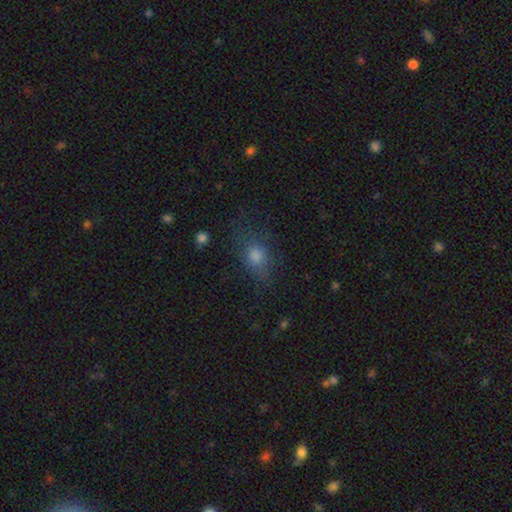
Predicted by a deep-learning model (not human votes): A smooth galaxy with no disk features (72%) that is in between round and cigar-shaped (58%). Merging: none (68%).